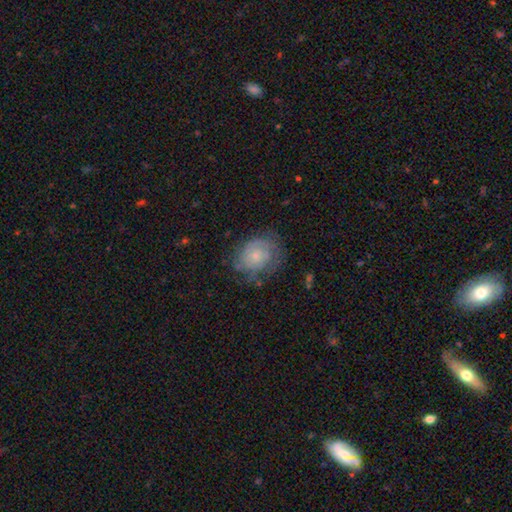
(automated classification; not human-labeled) smooth-or-featured: featured or disk: 49% | smooth: 42% | star or artifact: 9%
  merging: none: 61% | minor disturbance: 24% | major disturbance: 13% | merger: 2%